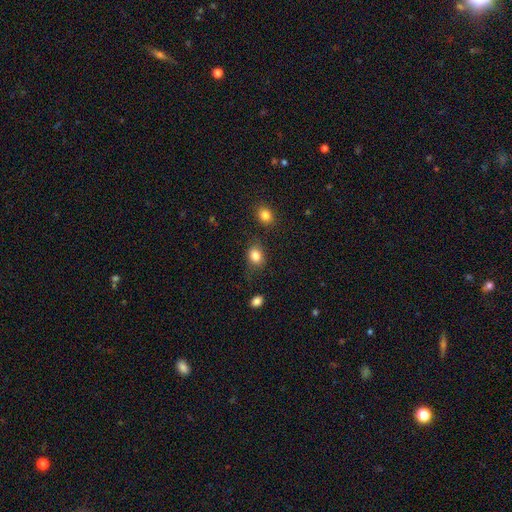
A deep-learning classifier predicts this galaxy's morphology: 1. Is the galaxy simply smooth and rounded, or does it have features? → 83% smooth, 10% star or artifact, 7% featured or disk.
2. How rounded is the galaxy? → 60% in between, 39% round, 1% cigar-shaped.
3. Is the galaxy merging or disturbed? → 73% none, 18% minor disturbance, 5% major disturbance, 3% merger.